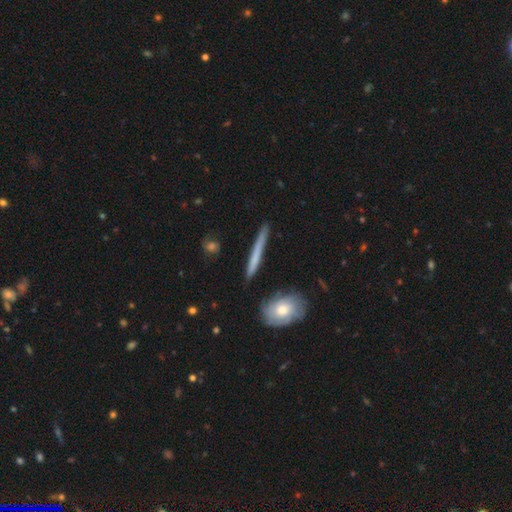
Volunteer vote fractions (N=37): smooth_or_featured: smooth (p=0.54) [alt: featured or disk p=0.46]
how_rounded: cigar-shaped (p=1.00)
merging: none (p=0.84) [alt: minor disturbance p=0.14]